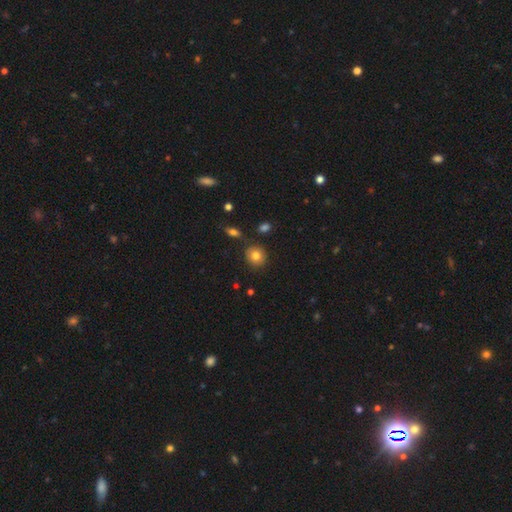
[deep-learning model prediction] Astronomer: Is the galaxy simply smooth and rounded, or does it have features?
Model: smooth — 81%.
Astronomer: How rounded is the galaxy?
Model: round — 85%.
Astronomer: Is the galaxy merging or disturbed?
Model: none — 83%.